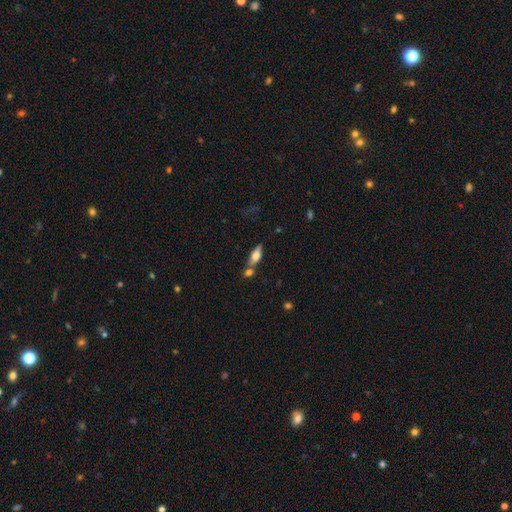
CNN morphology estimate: This is possibly a smooth galaxy (58%). How rounded: likely in between (65%). Merging: possibly none (56%).